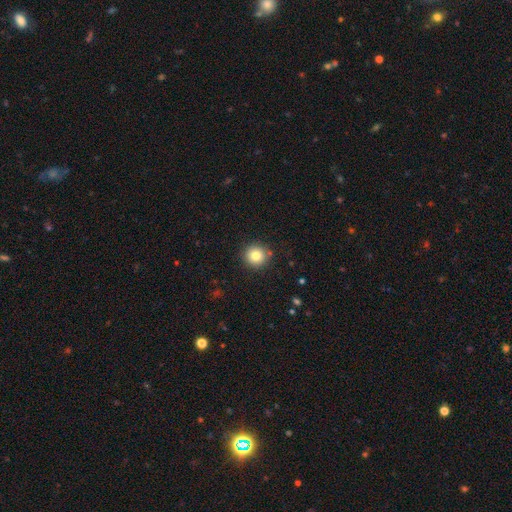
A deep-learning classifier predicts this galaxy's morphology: Q: Smooth or featured?
A: smooth (81%); runner-up: star or artifact (11%)
Q: How rounded?
A: round (94%); runner-up: in between (5%)
Q: Merging?
A: none (89%); runner-up: minor disturbance (7%)